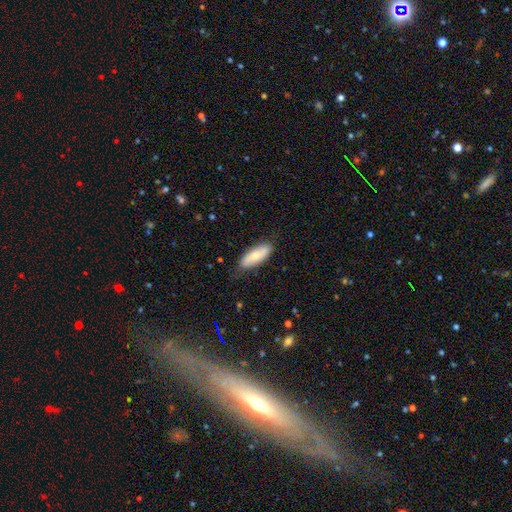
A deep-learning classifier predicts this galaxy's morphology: type=smooth (68%); roundness=in between (71%); merging=none (79%).